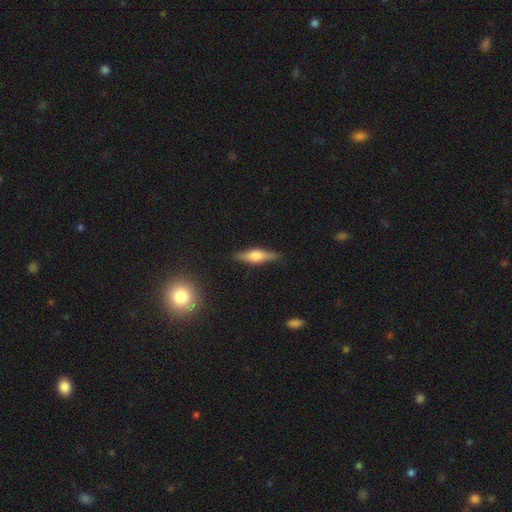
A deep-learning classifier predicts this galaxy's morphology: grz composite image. It shows a featured or disk galaxy (60%) viewed edge-on (95%) with a rounded central bulge (83%). Merging: none (86%).